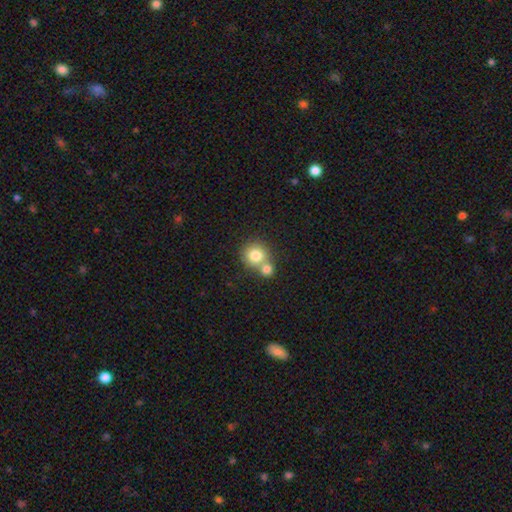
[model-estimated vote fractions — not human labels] smooth_or_featured: smooth (p=0.78) [alt: featured or disk p=0.12]
how_rounded: round (p=0.88) [alt: in between p=0.12]
merging: merger (p=0.49) [alt: none p=0.42]